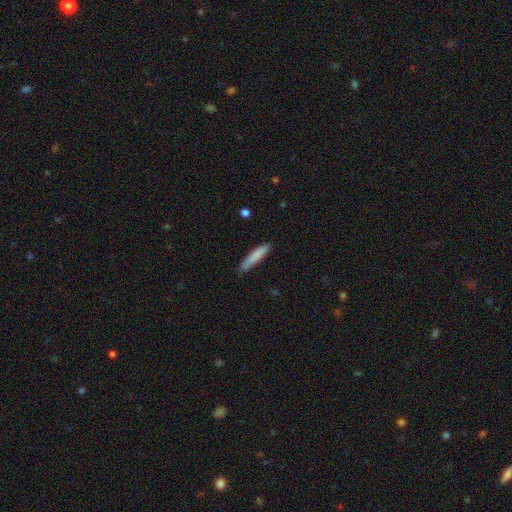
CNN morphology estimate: The model was most divided on "merging": none: 80%, minor disturbance: 16%, major disturbance: 2%, merger: 1%. More confident: how rounded — cigar-shaped (90%); smooth or featured — smooth (82%).